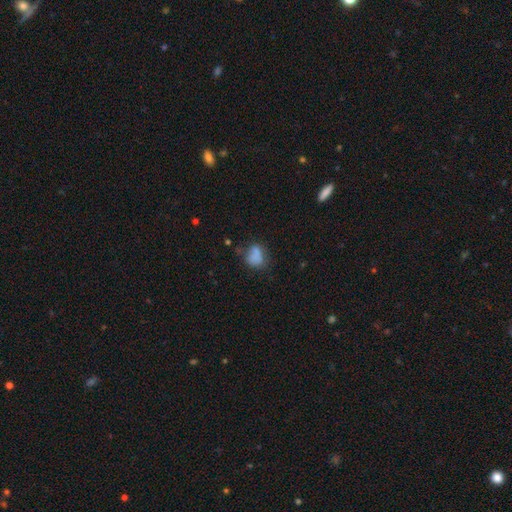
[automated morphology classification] smooth 75%, featured or disk 13%, star or artifact 12%. Down the decision tree: how rounded — in between (58%); merging — none (45%).